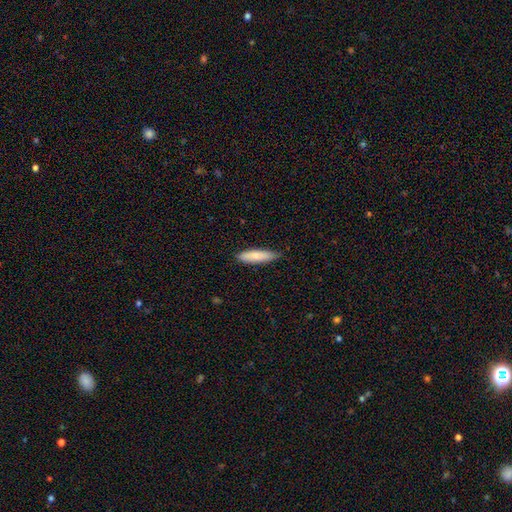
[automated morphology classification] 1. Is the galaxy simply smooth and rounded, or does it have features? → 79% smooth, 15% featured or disk, 6% star or artifact.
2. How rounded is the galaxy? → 65% cigar-shaped, 33% in between, 2% round.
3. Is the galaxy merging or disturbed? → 82% none, 15% minor disturbance, 2% major disturbance, 1% merger.